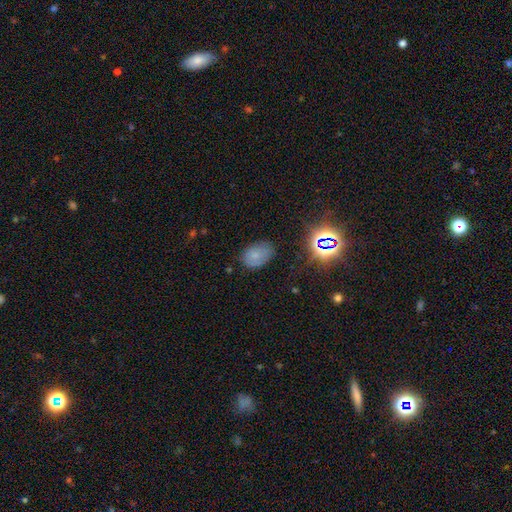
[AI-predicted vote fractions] Overall: smooth (66%). How rounded: in between (84%). Merging: none (70%).